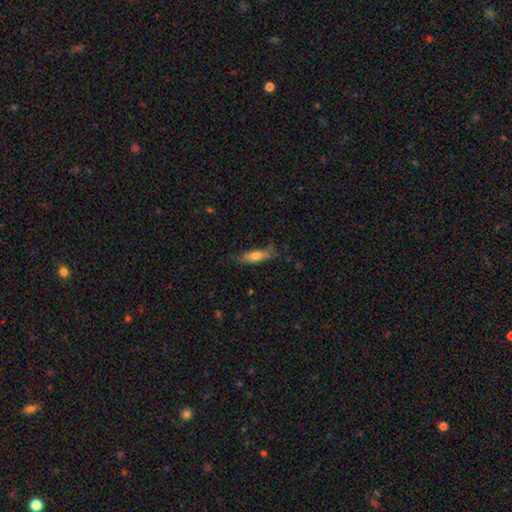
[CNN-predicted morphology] smooth-or-featured: smooth: 69% | featured or disk: 24% | star or artifact: 7%
  how-rounded: cigar-shaped: 51% | in between: 47% | round: 2%
  merging: none: 62% | minor disturbance: 27% | major disturbance: 8% | merger: 2%